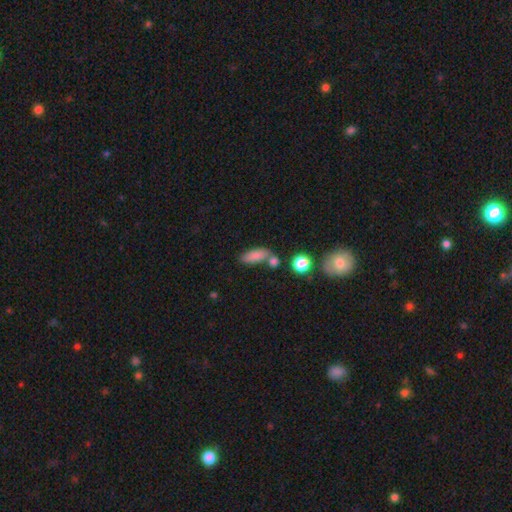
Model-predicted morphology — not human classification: type=smooth (82%); roundness=in between (73%); merging=none (59%).